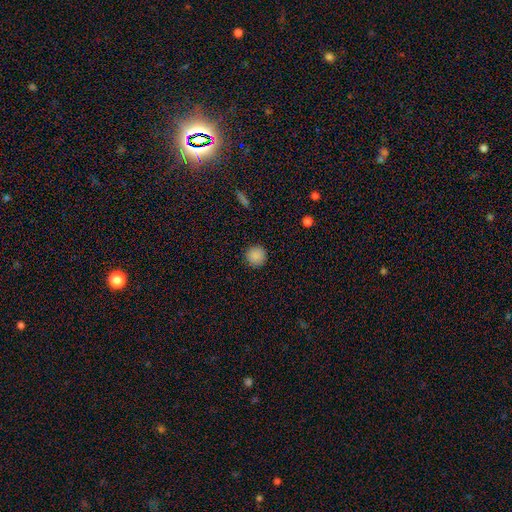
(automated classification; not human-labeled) Smooth or featured: smooth — 88% (star or artifact — 9%)
How rounded: round — 95% (in between — 4%)
Merging: none — 92% (minor disturbance — 5%)